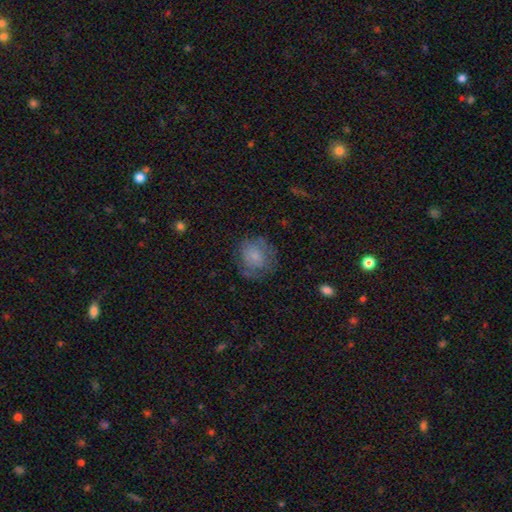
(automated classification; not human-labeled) Smooth or featured: smooth — 71% (featured or disk — 20%)
How rounded: round — 79% (in between — 20%)
Merging: none — 65% (minor disturbance — 22%)